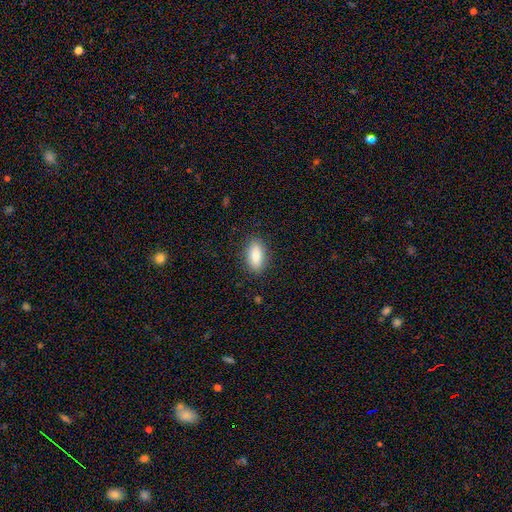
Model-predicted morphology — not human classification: Smooth or featured: smooth — 86% (featured or disk — 7%)
How rounded: in between — 86% (cigar-shaped — 11%)
Merging: none — 87% (minor disturbance — 9%)